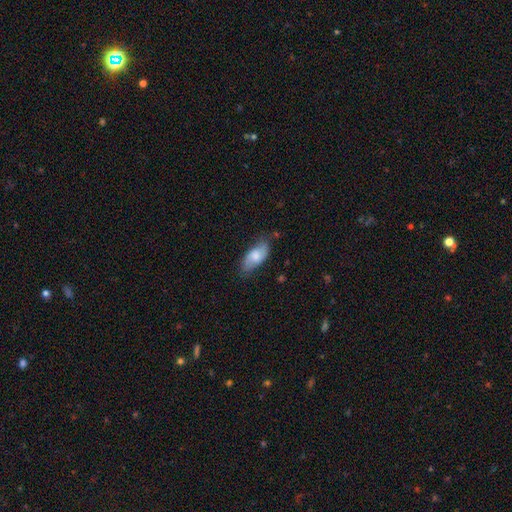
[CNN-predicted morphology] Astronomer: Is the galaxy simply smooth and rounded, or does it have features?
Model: smooth — 64%.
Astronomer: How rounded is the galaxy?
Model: in between — 89%.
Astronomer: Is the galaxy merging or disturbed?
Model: none — 68%.